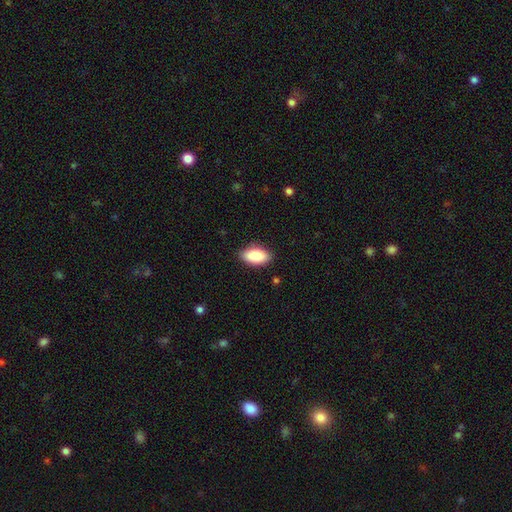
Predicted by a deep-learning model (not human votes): Overall: smooth (87%). How rounded: in between (92%). Merging: none (85%).